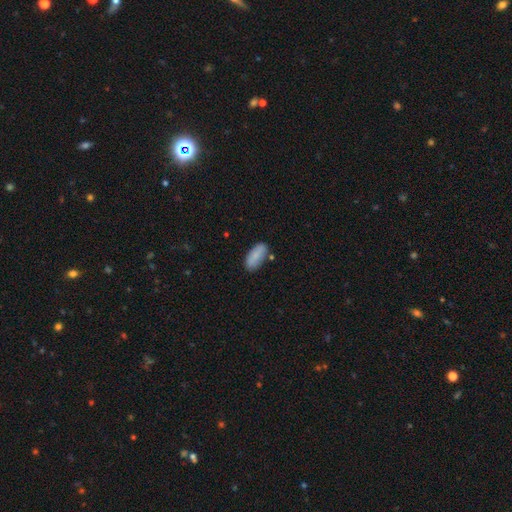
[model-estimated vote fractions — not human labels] smooth-or-featured: smooth: 86% | featured or disk: 8% | star or artifact: 6%
  how-rounded: in between: 86% | cigar-shaped: 12% | round: 2%
  merging: none: 77% | minor disturbance: 16% | merger: 4% | major disturbance: 3%